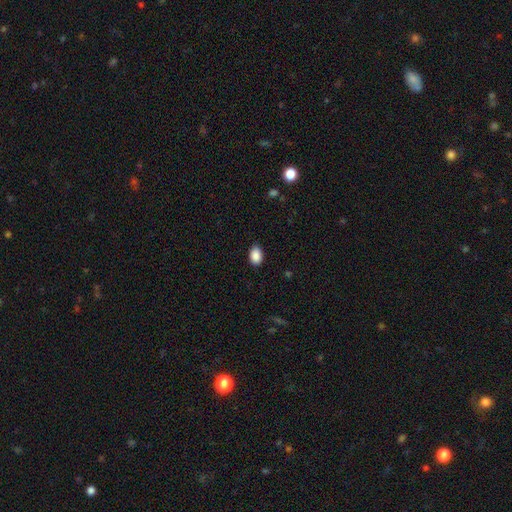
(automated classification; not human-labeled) Smooth or featured? smooth (89%)
How rounded? in between (85%)
Merging? none (87%)